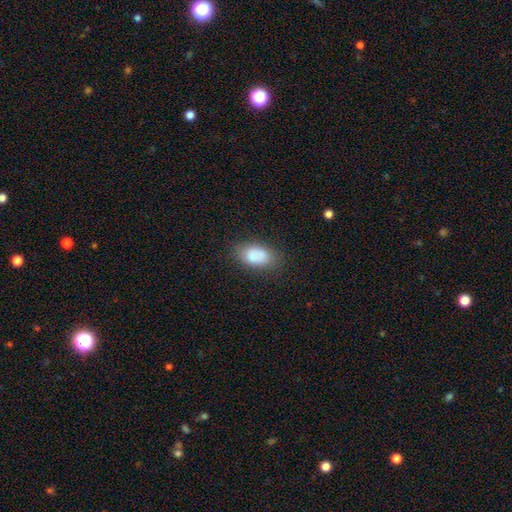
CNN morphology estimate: Smooth or featured: smooth — 81% (featured or disk — 10%)
How rounded: in between — 89% (round — 9%)
Merging: none — 72% (minor disturbance — 18%)